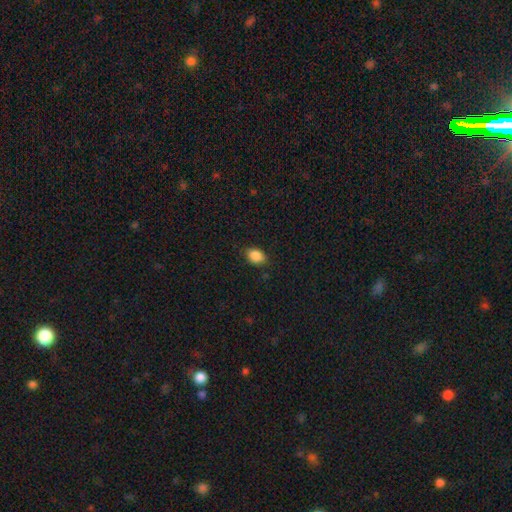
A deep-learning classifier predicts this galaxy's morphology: This is clearly a smooth galaxy (88%). How rounded: likely in between (77%). Merging: clearly none (82%).